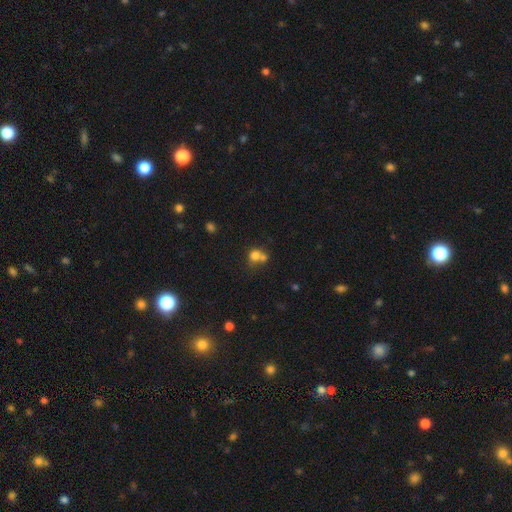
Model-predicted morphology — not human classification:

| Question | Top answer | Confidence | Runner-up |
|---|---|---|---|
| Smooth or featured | smooth | 74% | star or artifact (13%) |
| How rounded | round | 76% | in between (23%) |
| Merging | merger | 52% | none (35%) |